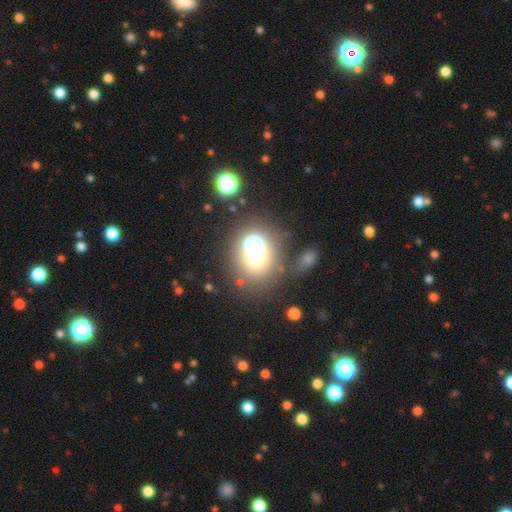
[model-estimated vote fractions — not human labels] Smooth or featured? smooth (49%)
Merging? none (42%)